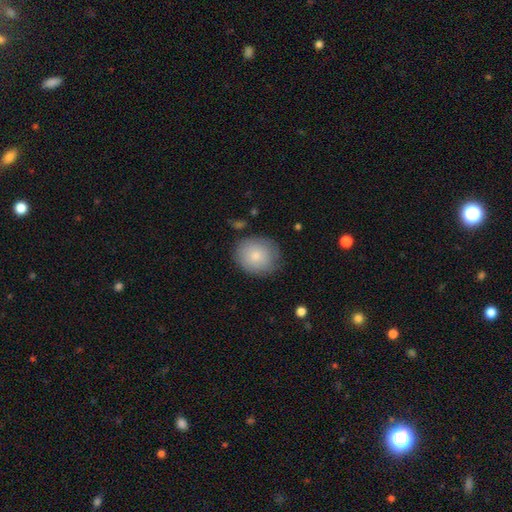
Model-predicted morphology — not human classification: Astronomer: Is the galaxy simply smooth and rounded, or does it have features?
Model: smooth — 82%.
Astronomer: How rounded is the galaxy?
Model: round — 70%.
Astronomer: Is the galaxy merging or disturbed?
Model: none — 76%.